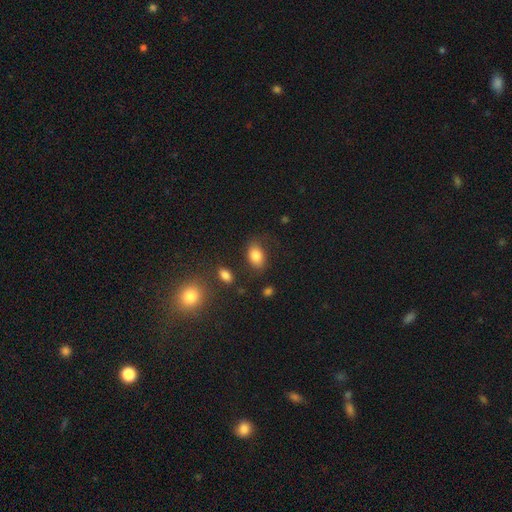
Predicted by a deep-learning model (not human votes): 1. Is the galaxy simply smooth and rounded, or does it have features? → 83% smooth, 9% star or artifact, 8% featured or disk.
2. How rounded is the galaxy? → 85% in between, 13% round, 2% cigar-shaped.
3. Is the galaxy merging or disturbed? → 75% none, 16% minor disturbance, 6% major disturbance, 4% merger.